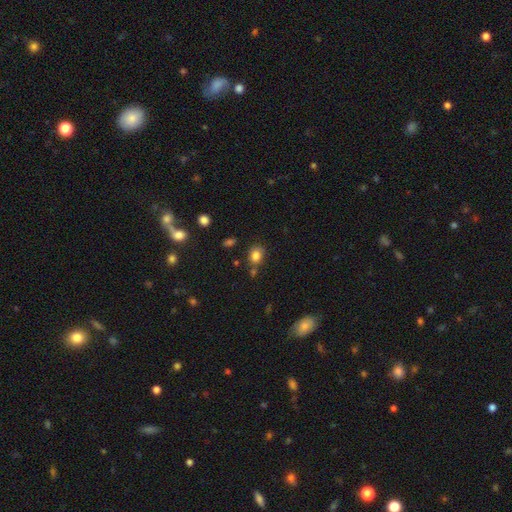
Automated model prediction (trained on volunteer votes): Smooth or featured?
  - smooth: 82% *
  - star or artifact: 12%
  - featured or disk: 6%
How rounded?
  - round: 52% *
  - in between: 47%
  - cigar-shaped: 1%
Merging?
  - none: 69% *
  - minor disturbance: 16%
  - merger: 11%
  - major disturbance: 4%